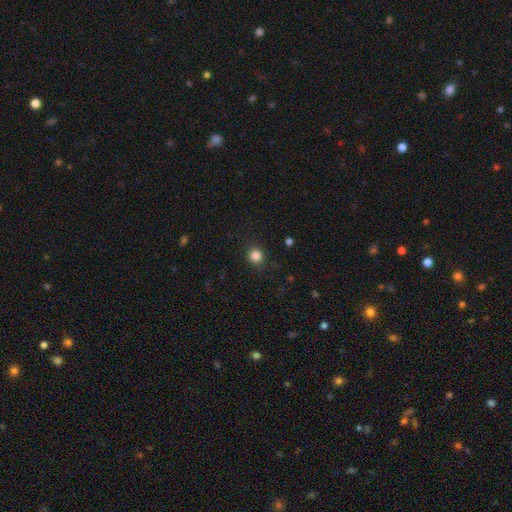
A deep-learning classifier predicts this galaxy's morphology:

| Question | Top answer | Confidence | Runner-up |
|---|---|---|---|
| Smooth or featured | smooth | 84% | star or artifact (12%) |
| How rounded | round | 91% | in between (8%) |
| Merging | none | 89% | minor disturbance (7%) |